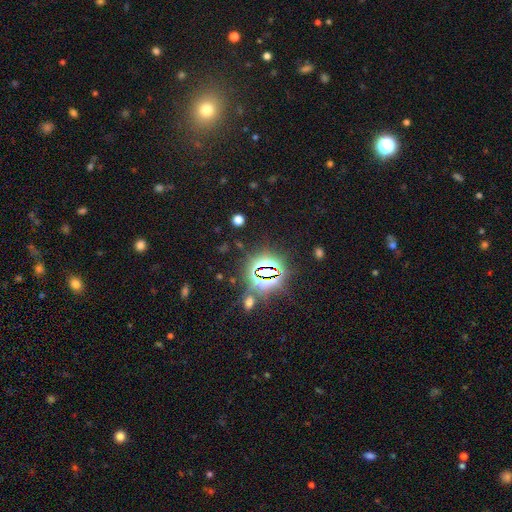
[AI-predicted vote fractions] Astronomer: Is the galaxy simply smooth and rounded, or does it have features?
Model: star or artifact — 80%.